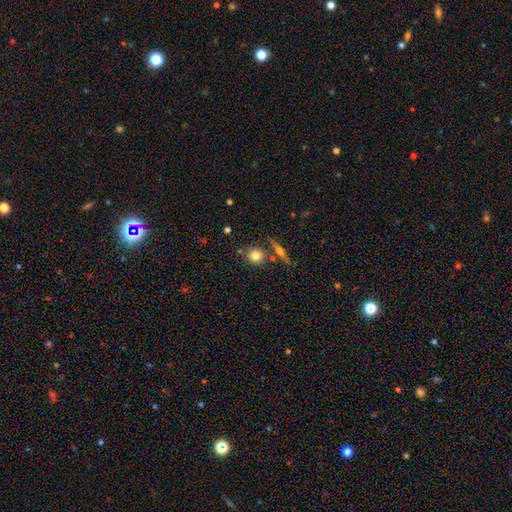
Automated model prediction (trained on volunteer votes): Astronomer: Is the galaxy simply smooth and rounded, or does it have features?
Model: smooth — 79%.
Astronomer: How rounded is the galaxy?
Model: round — 82%.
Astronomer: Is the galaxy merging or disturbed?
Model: none — 72%.